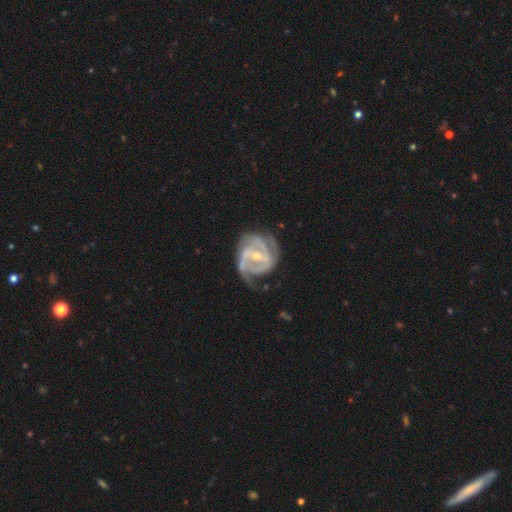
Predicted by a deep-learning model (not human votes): smooth-or-featured: featured or disk: 87% | smooth: 8% | star or artifact: 5%
  disk-edge-on: no: 98% | yes: 2%
    bar: weak: 48% | strong: 29% | no: 23%
    has-spiral-arms: yes: 92% | no: 8%
      spiral-winding: tight: 45% | medium: 41% | loose: 14%
      spiral-arm-count: 2: 48% | can't tell: 19% | 3: 18% | 1: 8% | 4: 4% | more than 4: 3%
    bulge-size: small: 51% | moderate: 44% | none: 2% | large: 2% | dominant: 1%
  merging: none: 51% | minor disturbance: 26% | major disturbance: 21% | merger: 2%